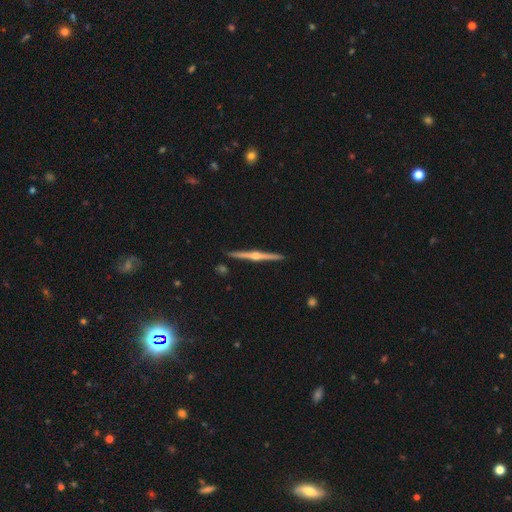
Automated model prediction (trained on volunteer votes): This appears to be a featured or disk galaxy (84%) viewed edge-on (99%) with a rounded central bulge (92%). Merging: none (93%).